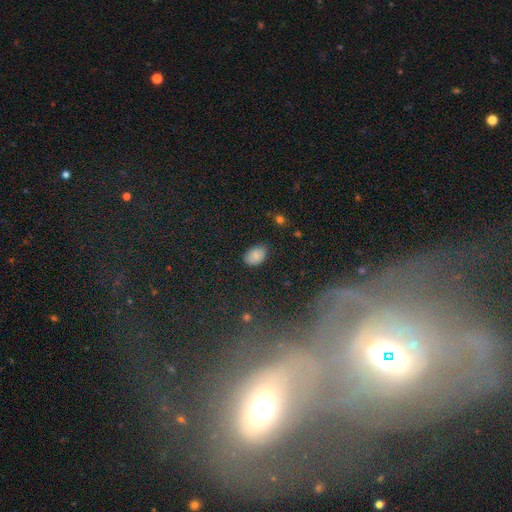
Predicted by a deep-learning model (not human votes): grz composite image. It shows a smooth galaxy with no disk features (83%) that is in between round and cigar-shaped (86%). Merging: none (73%).